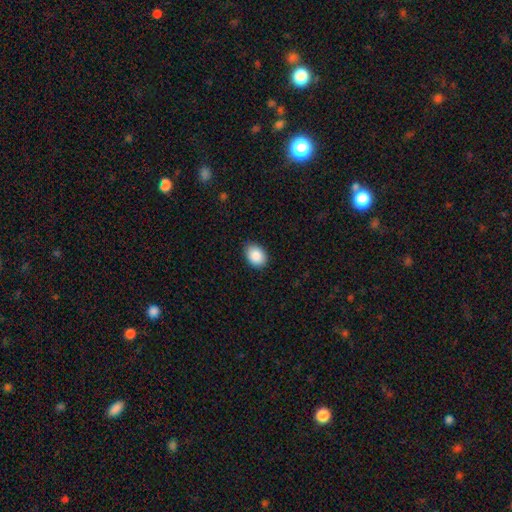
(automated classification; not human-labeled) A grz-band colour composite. It shows a smooth galaxy with no disk features (89%) that is in between round and cigar-shaped (74%). Merging: none (84%).